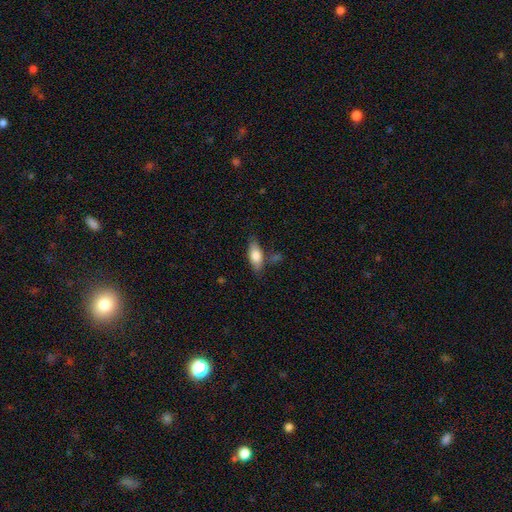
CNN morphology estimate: smooth_or_featured: smooth (p=0.75) [alt: featured or disk p=0.19]
how_rounded: in between (p=0.78) [alt: cigar-shaped p=0.19]
merging: none (p=0.72) [alt: minor disturbance p=0.18]